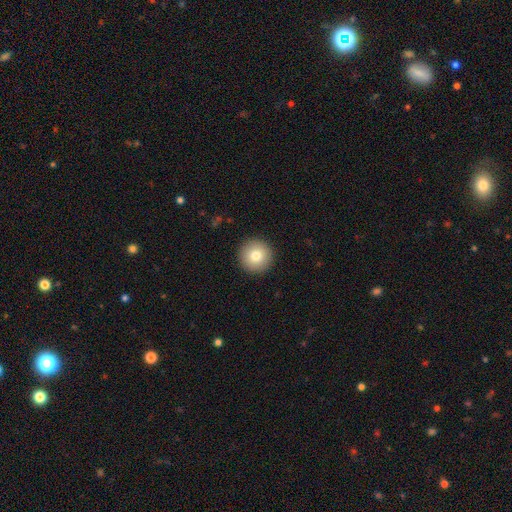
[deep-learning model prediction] smooth_or_featured: smooth (p=0.79) [alt: featured or disk p=0.11]
how_rounded: round (p=0.96) [alt: in between p=0.03]
merging: none (p=0.93) [alt: minor disturbance p=0.04]